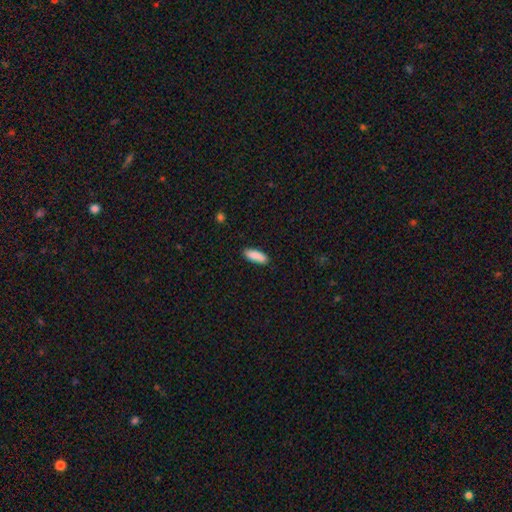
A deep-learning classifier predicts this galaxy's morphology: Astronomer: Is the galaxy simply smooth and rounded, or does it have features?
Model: smooth — 88%.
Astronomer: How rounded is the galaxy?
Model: in between — 66%.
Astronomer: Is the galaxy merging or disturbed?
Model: none — 84%.